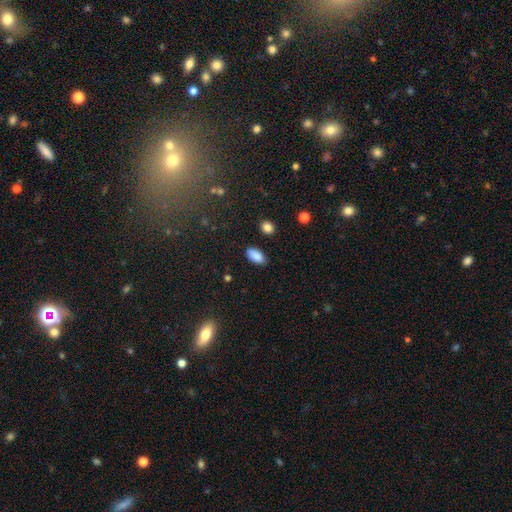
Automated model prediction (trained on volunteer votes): Overall: smooth (88%). How rounded: in between (91%). Merging: none (85%).